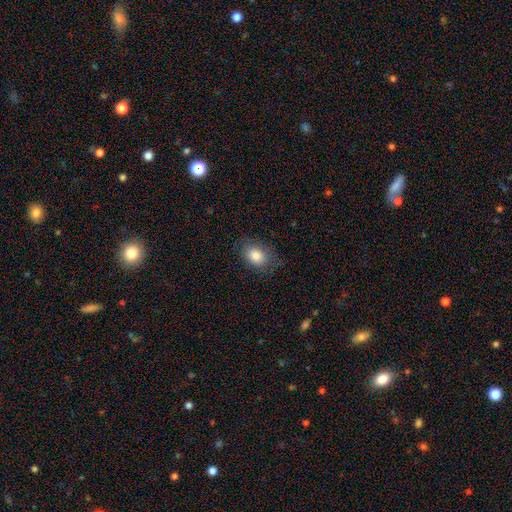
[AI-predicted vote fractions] smooth_or_featured: smooth (p=0.84) [alt: star or artifact p=0.08]
how_rounded: in between (p=0.75) [alt: round p=0.24]
merging: none (p=0.75) [alt: minor disturbance p=0.18]